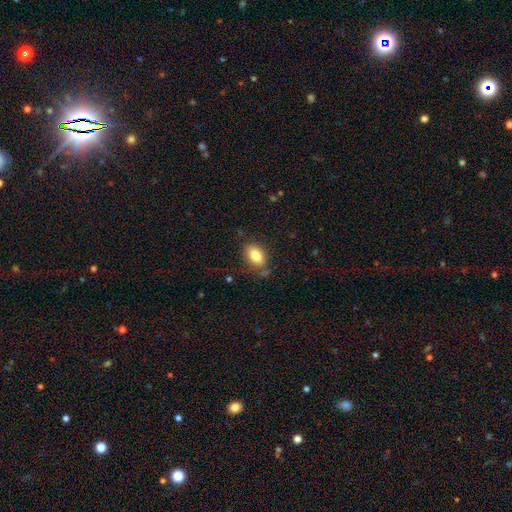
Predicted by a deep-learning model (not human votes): Smooth or featured?
  - smooth: 82% *
  - featured or disk: 10%
  - star or artifact: 8%
How rounded?
  - in between: 89% *
  - round: 9%
  - cigar-shaped: 3%
Merging?
  - none: 78% *
  - minor disturbance: 14%
  - major disturbance: 4%
  - merger: 4%